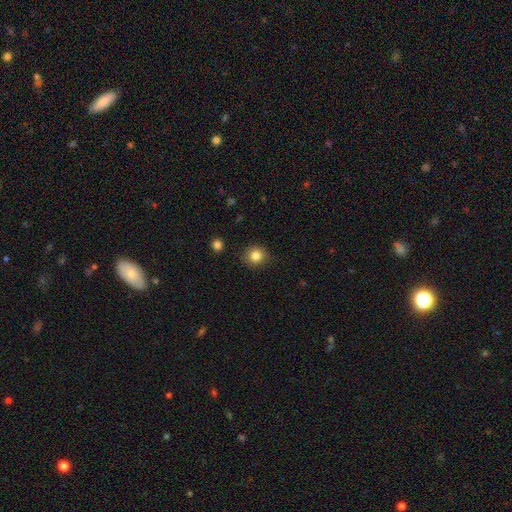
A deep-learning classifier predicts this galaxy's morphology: Smooth or featured? smooth (84%)
How rounded? round (89%)
Merging? none (88%)